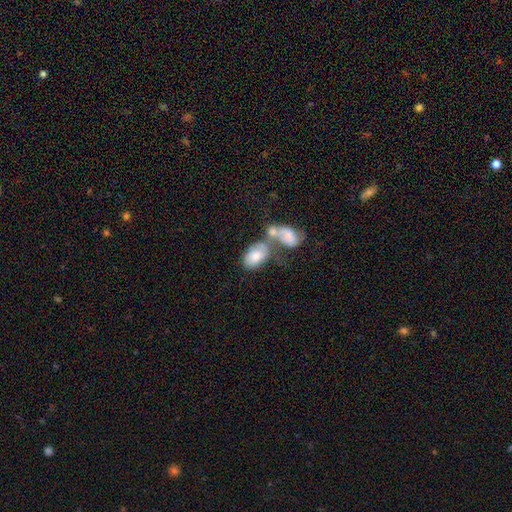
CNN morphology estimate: type=smooth (69%); roundness=in between (91%); merging=merger (59%).